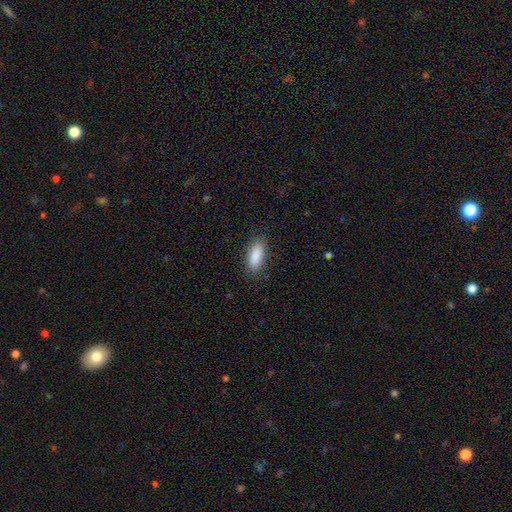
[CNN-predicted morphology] type=smooth (89%); roundness=in between (76%); merging=none (86%).